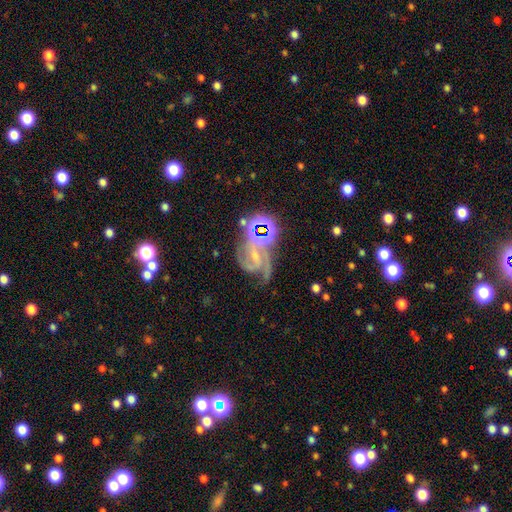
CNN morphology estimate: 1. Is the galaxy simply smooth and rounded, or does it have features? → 72% featured or disk, 19% star or artifact, 9% smooth.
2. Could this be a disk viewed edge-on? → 97% no, 3% yes.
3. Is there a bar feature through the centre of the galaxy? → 41% weak, 31% no, 28% strong.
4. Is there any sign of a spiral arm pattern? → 96% yes, 4% no.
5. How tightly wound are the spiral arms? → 54% medium, 27% tight, 19% loose.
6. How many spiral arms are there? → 55% 2, 22% 3, 10% can't tell, 5% 1, 4% 4, 4% more than 4.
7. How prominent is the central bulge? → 65% small, 26% moderate, 6% none, 2% large, 1% dominant.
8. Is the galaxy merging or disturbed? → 47% none, 20% minor disturbance, 18% major disturbance, 15% merger.